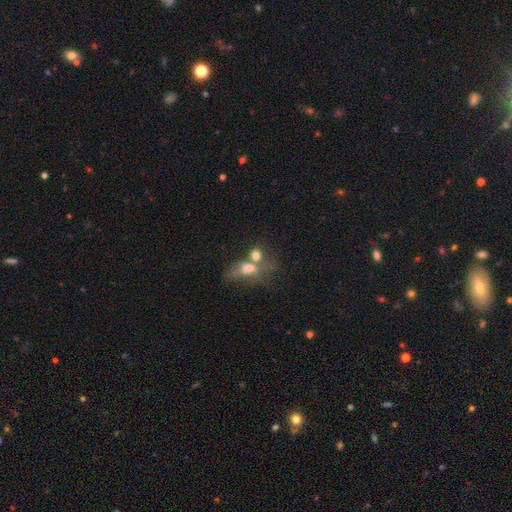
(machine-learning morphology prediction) type=smooth (65%); roundness=in between (60%); merging=merger (49%).